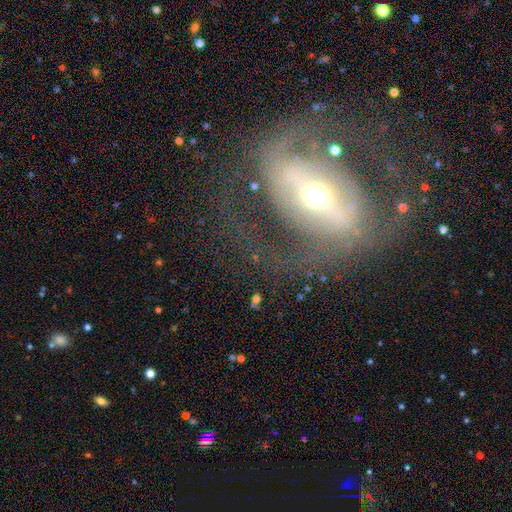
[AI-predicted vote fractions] This is likely a featured or disk galaxy (79%). It is clearly not viewed edge-on (92%). Bar: possibly strong (50%). Spiral arm pattern: likely yes (72%). Spiral arm count: clearly 2 (83%). Spiral winding: possibly medium (46%). Central bulge: possibly moderate (58%). Merging: likely none (67%).